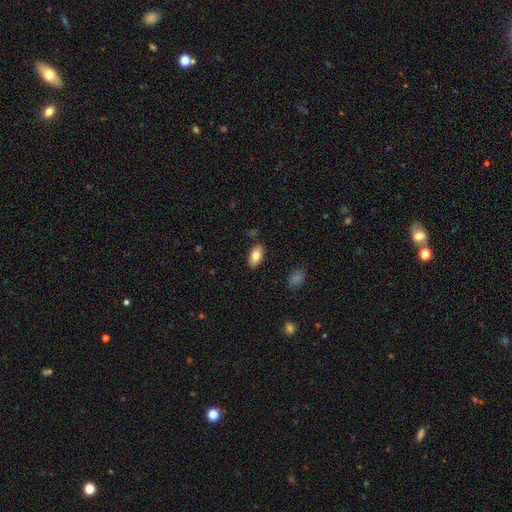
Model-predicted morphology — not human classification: Smooth or featured? Predicted: smooth (p=0.77). How rounded? Predicted: in between (p=0.92). Merging? Predicted: none (p=0.87).